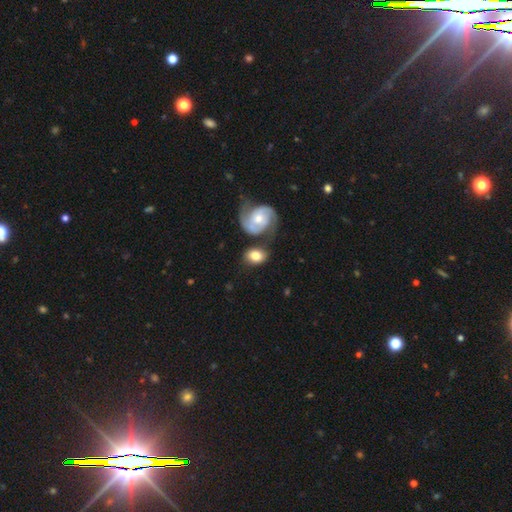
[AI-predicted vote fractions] The model was most divided on "smooth or featured": smooth: 65%, featured or disk: 29%, star or artifact: 6%. More confident: how rounded — in between (70%); merging — none (57%).